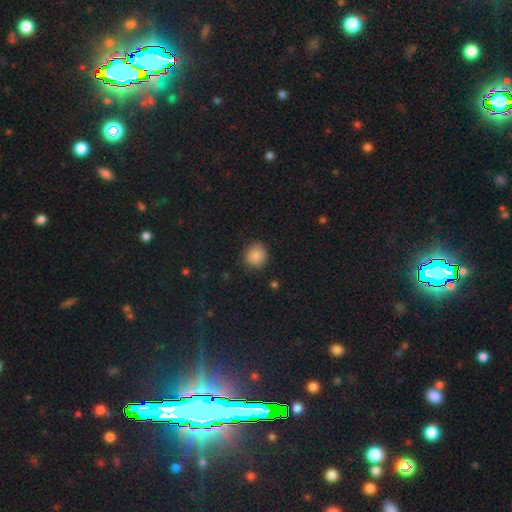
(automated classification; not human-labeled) This is clearly a smooth galaxy (87%). How rounded: clearly round (86%). Merging: clearly none (86%).